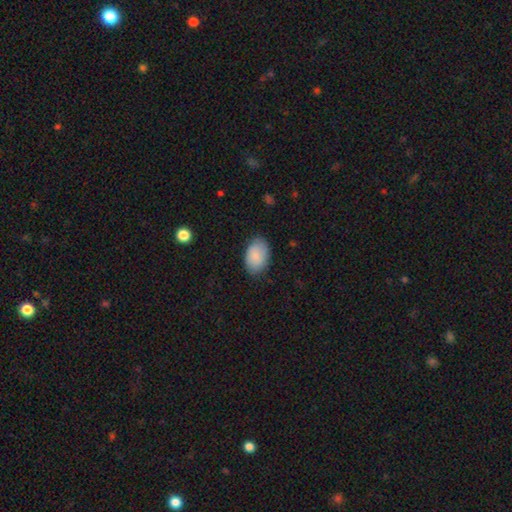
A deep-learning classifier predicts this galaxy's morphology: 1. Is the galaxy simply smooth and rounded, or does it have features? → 87% smooth, 7% featured or disk, 6% star or artifact.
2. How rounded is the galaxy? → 90% in between, 9% round, 1% cigar-shaped.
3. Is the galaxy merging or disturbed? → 81% none, 15% minor disturbance, 3% major disturbance, 1% merger.